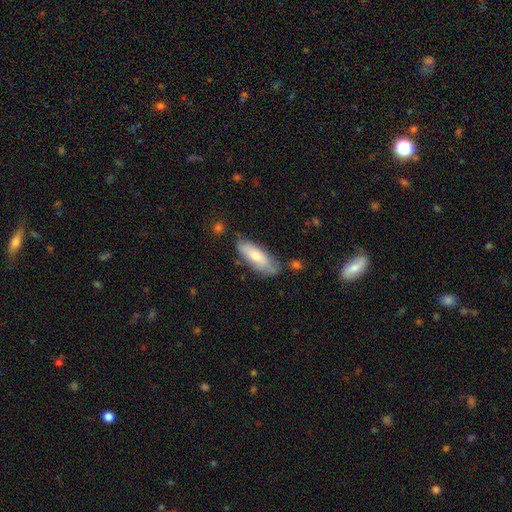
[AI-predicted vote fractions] smooth_or_featured: smooth (p=0.68) [alt: featured or disk p=0.26]
how_rounded: in between (p=0.63) [alt: cigar-shaped p=0.35]
merging: none (p=0.65) [alt: minor disturbance p=0.25]